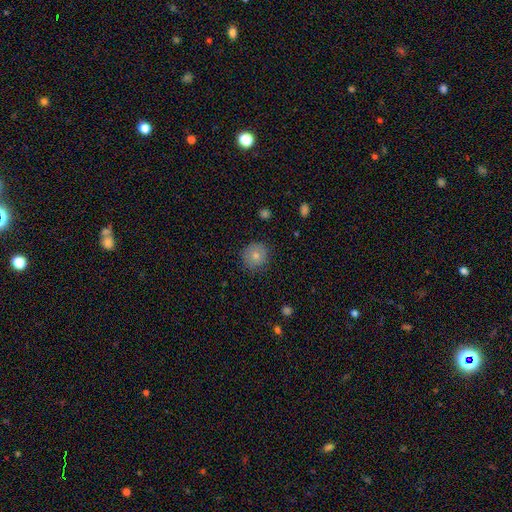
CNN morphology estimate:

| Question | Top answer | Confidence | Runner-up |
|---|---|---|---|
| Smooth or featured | smooth | 78% | featured or disk (12%) |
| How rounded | round | 90% | in between (9%) |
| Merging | none | 82% | minor disturbance (14%) |